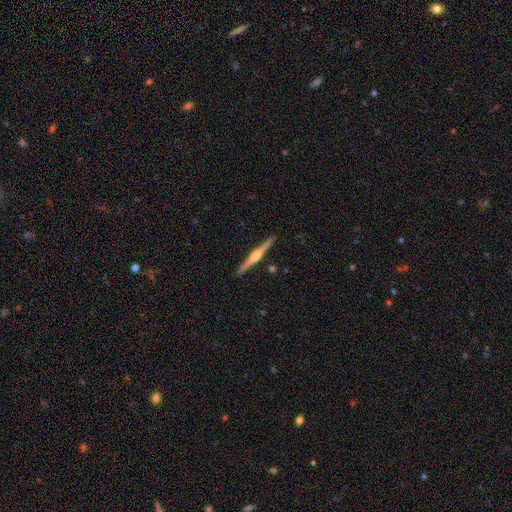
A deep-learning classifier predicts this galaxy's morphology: smooth_or_featured: featured or disk (p=0.81) [alt: smooth p=0.14]
disk_edge_on: yes (p=0.99) [alt: no p=0.01]
edge_on_bulge: rounded (p=0.89) [alt: boxy p=0.07]
merging: none (p=0.92) [alt: minor disturbance p=0.06]